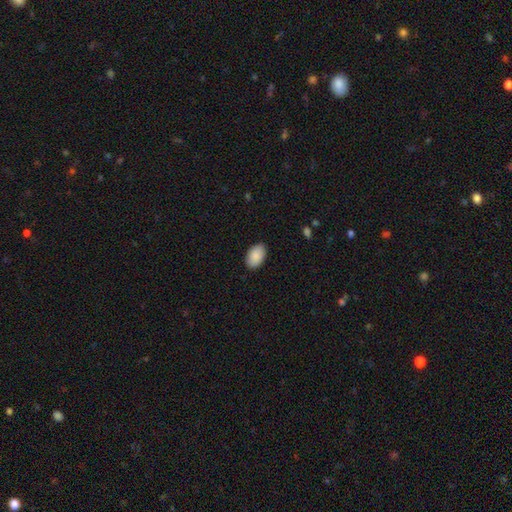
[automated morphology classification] smooth-or-featured: smooth: 89% | star or artifact: 6% | featured or disk: 4%
  how-rounded: in between: 94% | round: 5% | cigar-shaped: 1%
  merging: none: 88% | minor disturbance: 9% | major disturbance: 2% | merger: 1%